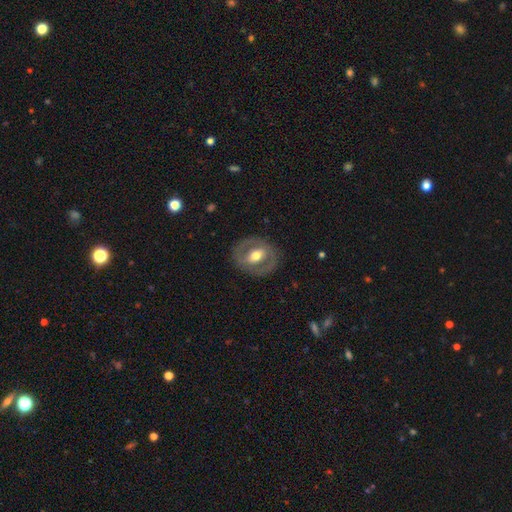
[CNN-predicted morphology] Smooth or featured?
  - featured or disk: 61% *
  - smooth: 34%
  - star or artifact: 5%
Edge-on disk?
  - no: 94% *
  - yes: 6%
Bar?
  - no: 40% *
  - weak: 35%
  - strong: 25%
Spiral arms?
  - no: 70% *
  - yes: 30%
Bulge size?
  - moderate: 71% *
  - large: 18%
  - small: 9%
  - dominant: 1%
  - none: 1%
Merging?
  - none: 81% *
  - minor disturbance: 12%
  - major disturbance: 6%
  - merger: 1%